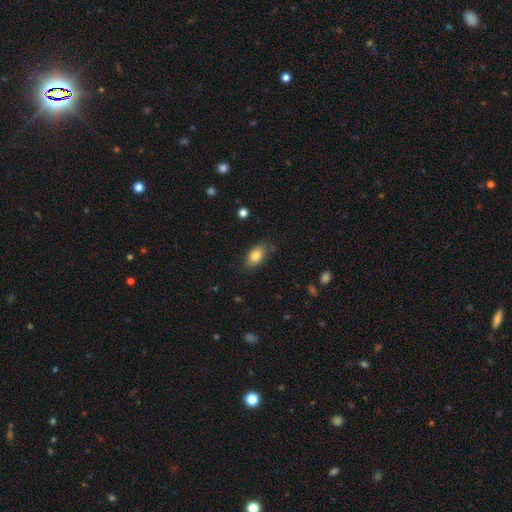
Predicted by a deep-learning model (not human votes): This appears to be a smooth galaxy with no disk features (79%) that is in between round and cigar-shaped (90%). Merging: none (71%).